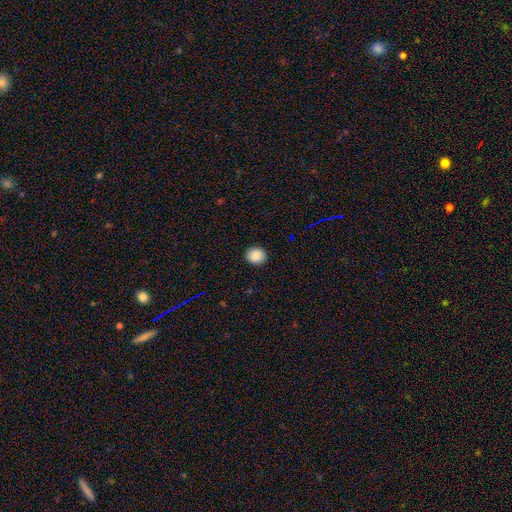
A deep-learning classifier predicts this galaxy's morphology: type=smooth (86%); roundness=round (82%); merging=none (91%).